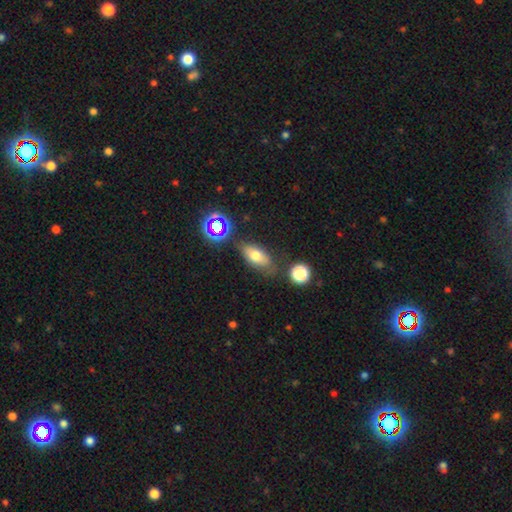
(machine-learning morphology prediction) Q: Smooth or featured?
A: smooth (65%); runner-up: featured or disk (21%)
Q: How rounded?
A: in between (79%); runner-up: cigar-shaped (13%)
Q: Merging?
A: none (72%); runner-up: minor disturbance (17%)